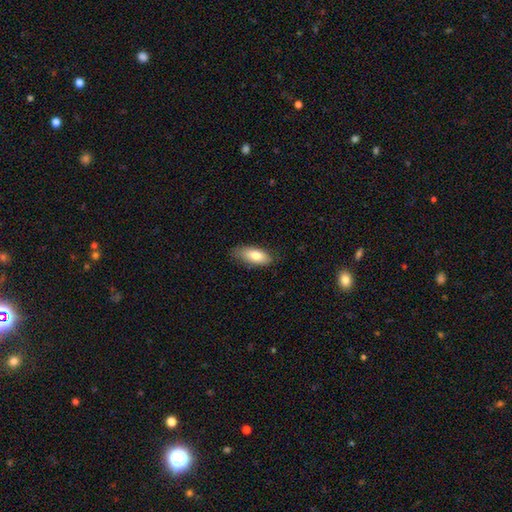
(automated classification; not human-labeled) This appears to be a smooth galaxy with no disk features (77%) that is in between round and cigar-shaped (85%). Merging: none (73%).